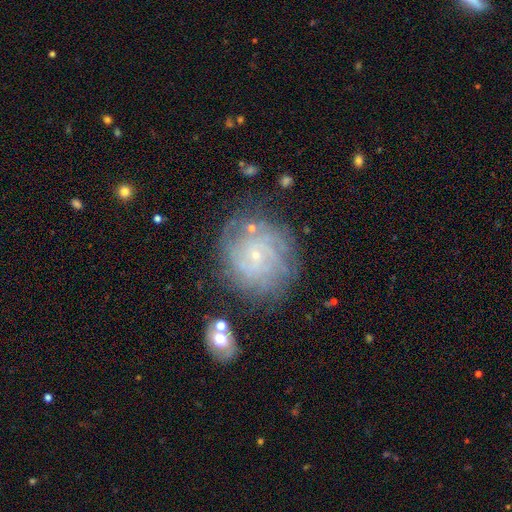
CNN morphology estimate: This appears to be a featured or disk galaxy (75%) with no bar (77%), tight (70%) spiral arms (91%) and a small central bulge (87%). Merging: none (72%).